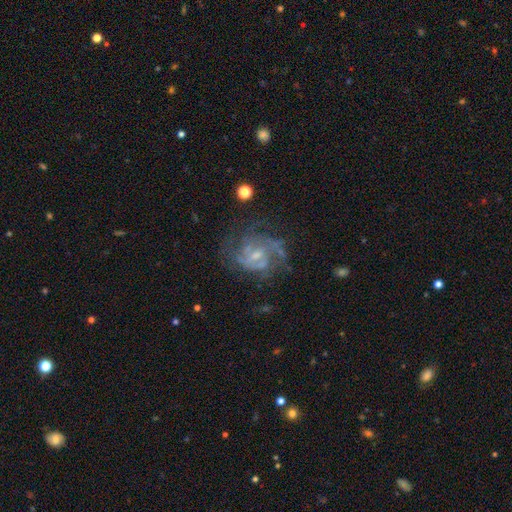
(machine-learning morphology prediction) Smooth or featured? Predicted: featured or disk (p=0.79). Edge-on disk? Predicted: no (p=0.98). Bar? Predicted: weak (p=0.46). Spiral arms? Predicted: yes (p=0.80). Spiral winding? Predicted: medium (p=0.44). Spiral arm count? Predicted: can't tell (p=0.39). Bulge size? Predicted: small (p=0.48). Merging? Predicted: none (p=0.54).